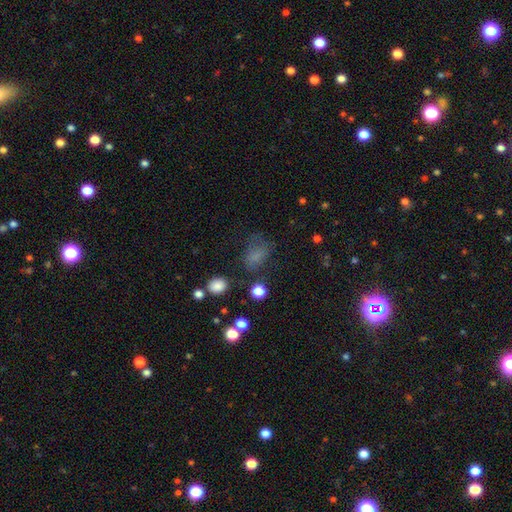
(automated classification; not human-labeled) smooth 68%, star or artifact 19%, featured or disk 13%. Down the decision tree: how rounded — in between (75%); merging — none (49%).